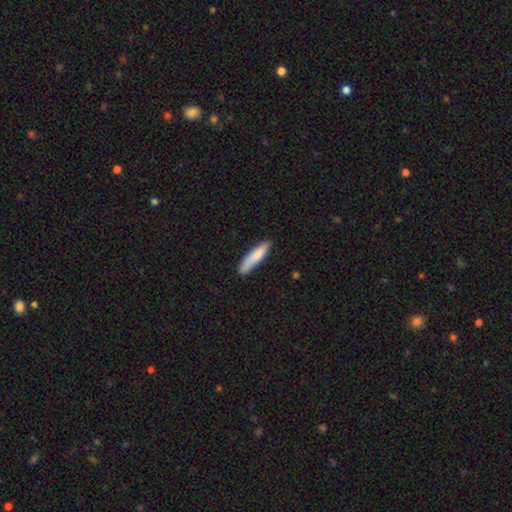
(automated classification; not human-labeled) This is clearly a smooth galaxy (82%). How rounded: clearly cigar-shaped (81%). Merging: likely none (78%).